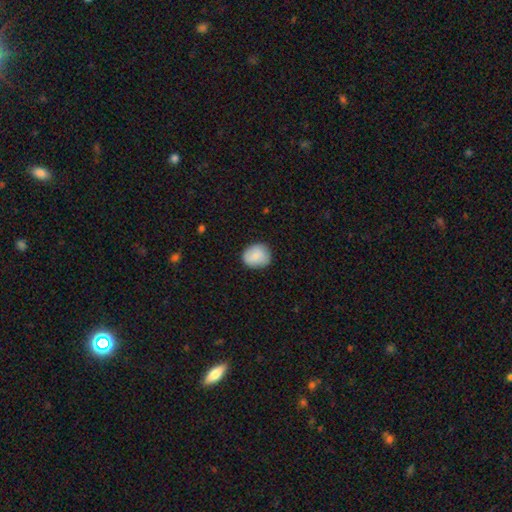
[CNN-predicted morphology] Q: Smooth or featured?
A: smooth (86%); runner-up: featured or disk (8%)
Q: How rounded?
A: round (70%); runner-up: in between (29%)
Q: Merging?
A: none (83%); runner-up: minor disturbance (13%)